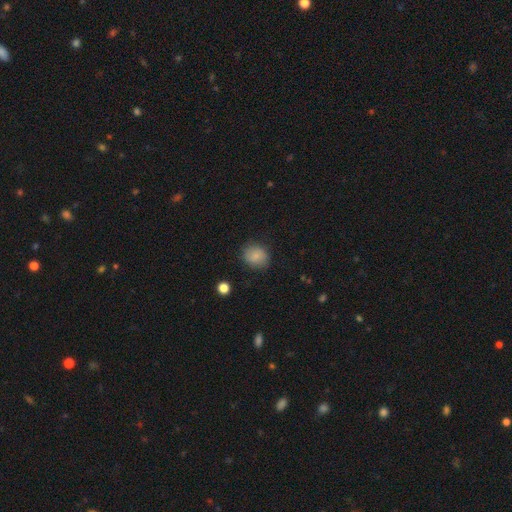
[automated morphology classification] This appears to be a smooth galaxy with no disk features (83%) that is round (71%). Merging: none (82%).